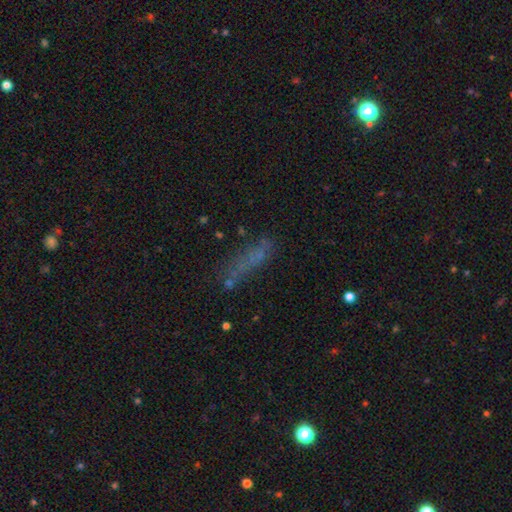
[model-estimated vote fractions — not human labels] Smooth or featured? Predicted: smooth (p=0.52). How rounded? Predicted: cigar-shaped (p=0.62). Merging? Predicted: none (p=0.51).